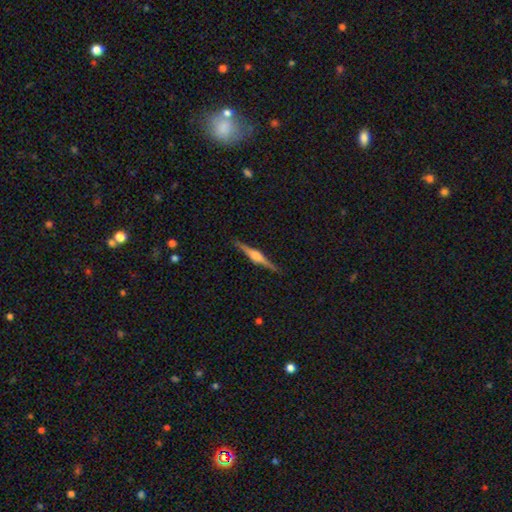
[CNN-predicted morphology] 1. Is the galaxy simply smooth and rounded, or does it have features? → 79% featured or disk, 16% smooth, 6% star or artifact.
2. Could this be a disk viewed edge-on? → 98% yes, 2% no.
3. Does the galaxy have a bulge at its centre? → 86% rounded, 11% boxy, 3% none.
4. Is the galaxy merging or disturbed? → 90% none, 8% minor disturbance, 2% major disturbance, 1% merger.